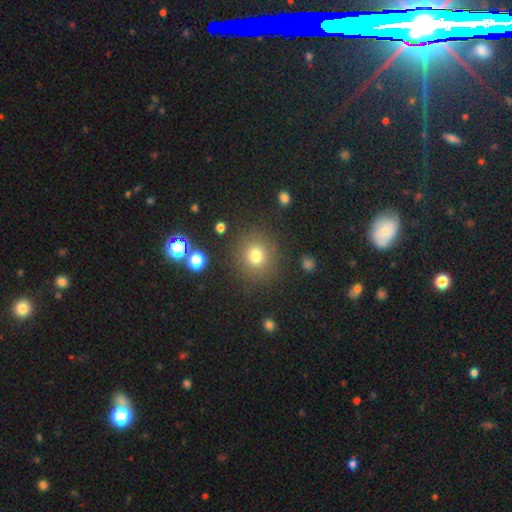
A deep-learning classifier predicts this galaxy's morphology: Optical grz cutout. It shows a smooth galaxy with no disk features (76%) that is round (87%). Merging: none (86%).